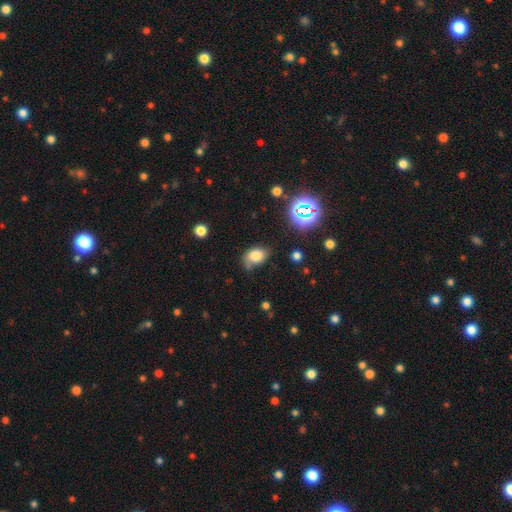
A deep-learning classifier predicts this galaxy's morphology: smooth-or-featured: smooth: 73% | star or artifact: 14% | featured or disk: 12%
  how-rounded: in between: 78% | round: 20% | cigar-shaped: 1%
  merging: none: 58% | minor disturbance: 29% | major disturbance: 8% | merger: 5%